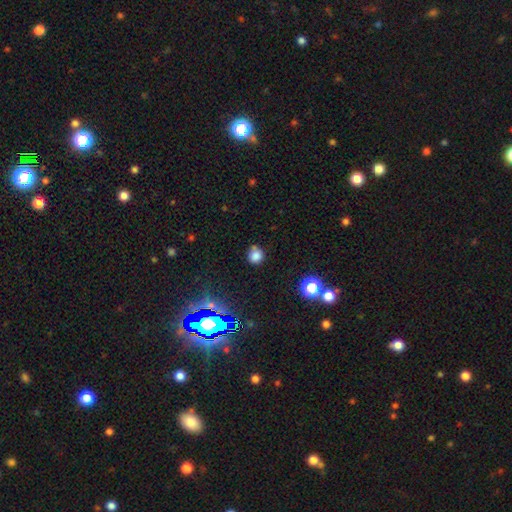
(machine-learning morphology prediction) smooth_or_featured: smooth (p=0.77) [alt: star or artifact p=0.17]
how_rounded: round (p=0.84) [alt: in between p=0.15]
merging: none (p=0.70) [alt: minor disturbance p=0.18]